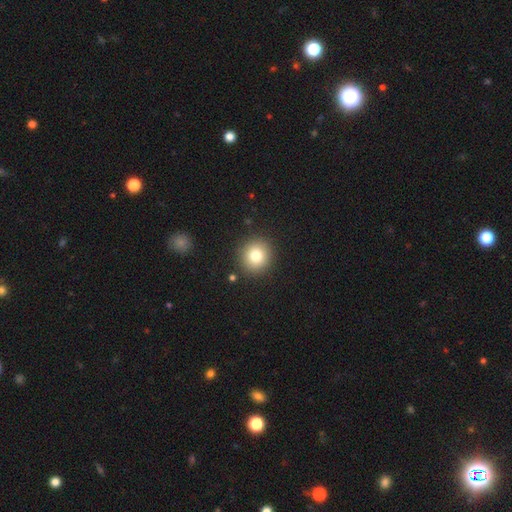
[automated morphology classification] This appears to be a smooth galaxy with no disk features (79%) that is round (90%). Merging: none (89%).